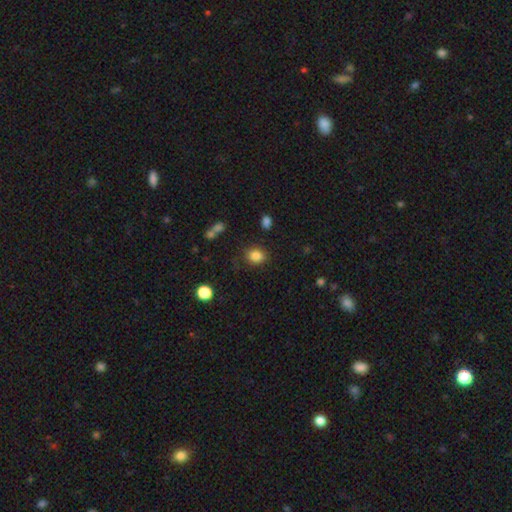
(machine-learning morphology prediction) Smooth or featured? smooth (84%)
How rounded? round (63%)
Merging? none (82%)